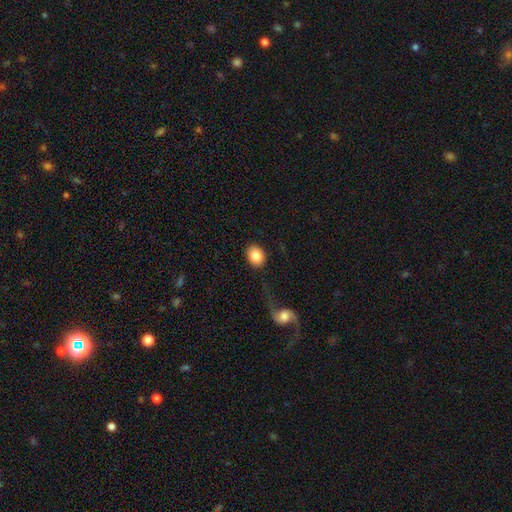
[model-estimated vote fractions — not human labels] Smooth or featured?
  - smooth: 84% *
  - featured or disk: 9%
  - star or artifact: 7%
How rounded?
  - round: 50% *
  - in between: 49%
  - cigar-shaped: 1%
Merging?
  - none: 83% *
  - minor disturbance: 8%
  - merger: 5%
  - major disturbance: 4%